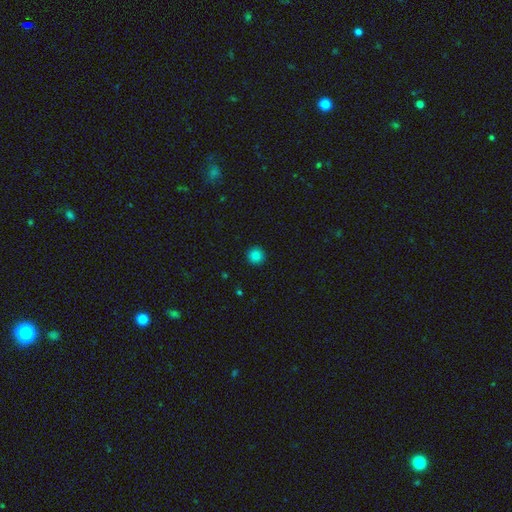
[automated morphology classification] This appears to be a smooth galaxy with no disk features (86%) that is round (96%). Merging: none (92%).